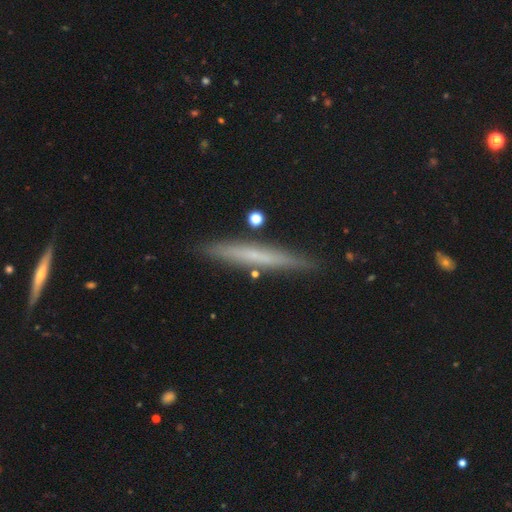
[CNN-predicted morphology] This is possibly a smooth galaxy (50%). Merging: clearly none (87%).